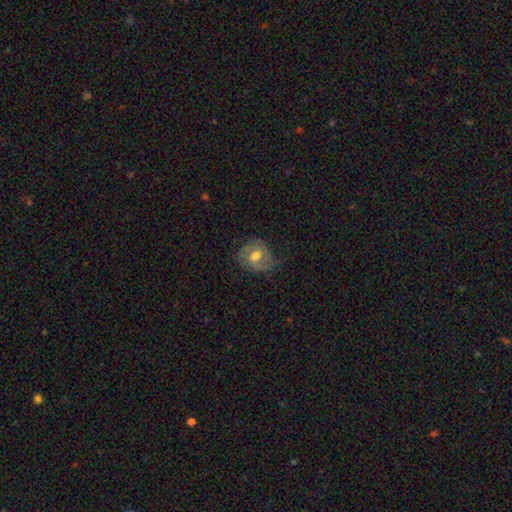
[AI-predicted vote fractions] Q: Smooth or featured?
A: smooth (52%); runner-up: featured or disk (41%)
Q: How rounded?
A: round (66%); runner-up: in between (33%)
Q: Merging?
A: none (63%); runner-up: minor disturbance (26%)